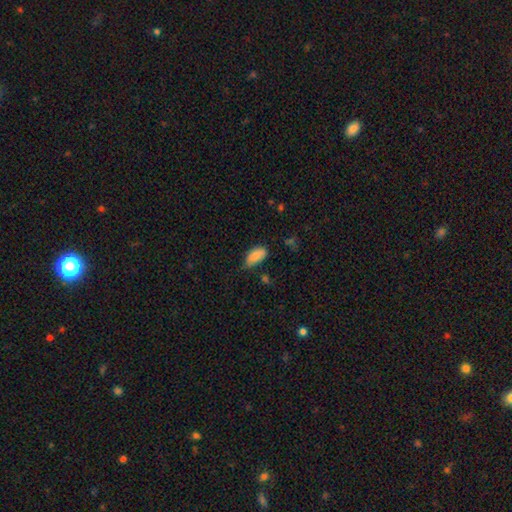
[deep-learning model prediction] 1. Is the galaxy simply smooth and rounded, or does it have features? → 85% smooth, 8% featured or disk, 7% star or artifact.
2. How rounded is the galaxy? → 92% in between, 5% cigar-shaped, 3% round.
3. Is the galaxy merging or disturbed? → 49% none, 40% minor disturbance, 8% major disturbance, 3% merger.